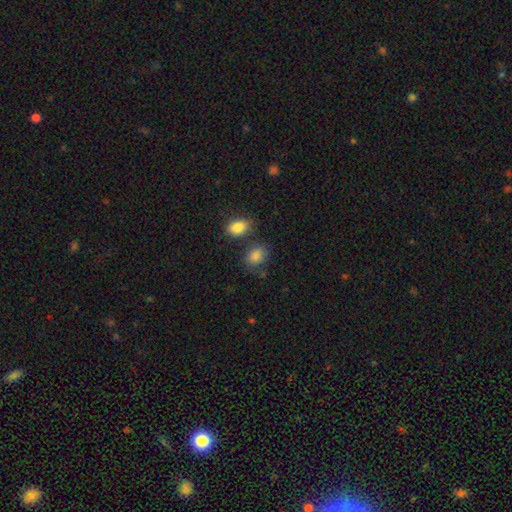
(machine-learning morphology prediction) This is clearly a smooth galaxy (86%). How rounded: likely in between (68%). Merging: likely none (68%).